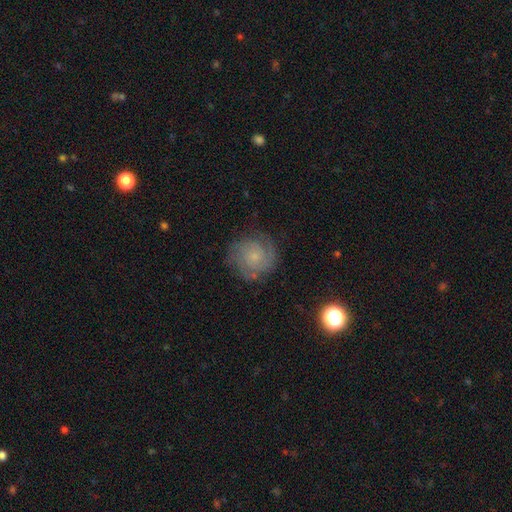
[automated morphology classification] featured or disk 72%, smooth 19%, star or artifact 9%. Down the decision tree: edge-on disk — no (98%); bar — no (78%); spiral arms — yes (94%); spiral arm count — 2 (41%); spiral winding — tight (65%); bulge size — small (73%); merging — none (77%).